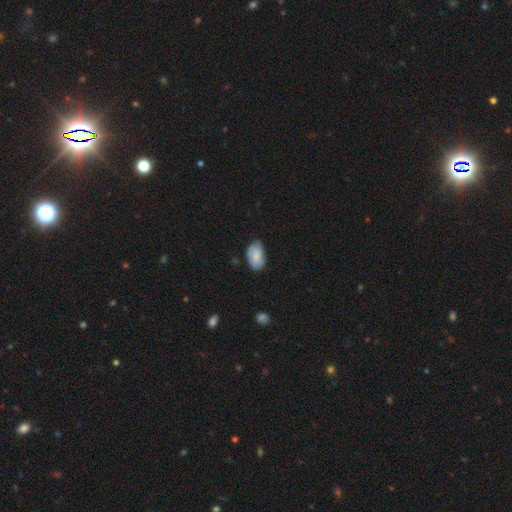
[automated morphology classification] smooth_or_featured: smooth (p=0.79) [alt: featured or disk p=0.15]
how_rounded: in between (p=0.92) [alt: round p=0.06]
merging: none (p=0.68) [alt: minor disturbance p=0.26]